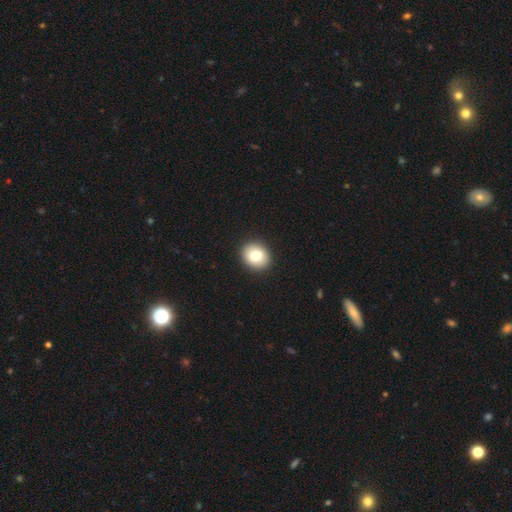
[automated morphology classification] Smooth or featured: smooth — 78% (featured or disk — 13%)
How rounded: round — 63% (in between — 36%)
Merging: none — 91% (minor disturbance — 6%)